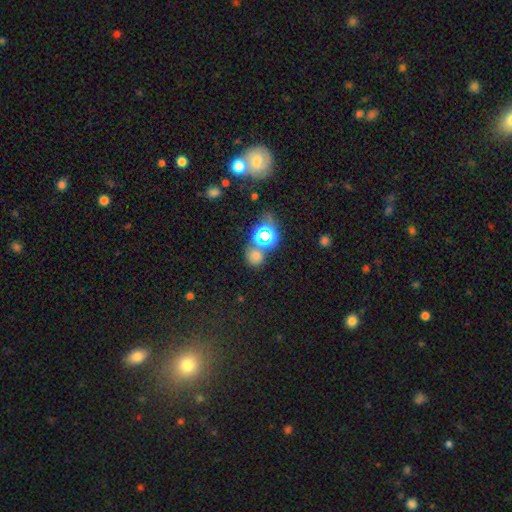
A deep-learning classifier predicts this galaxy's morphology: smooth_or_featured: smooth (p=0.59) [alt: star or artifact p=0.34]
how_rounded: round (p=0.82) [alt: in between p=0.16]
merging: none (p=0.66) [alt: merger p=0.21]